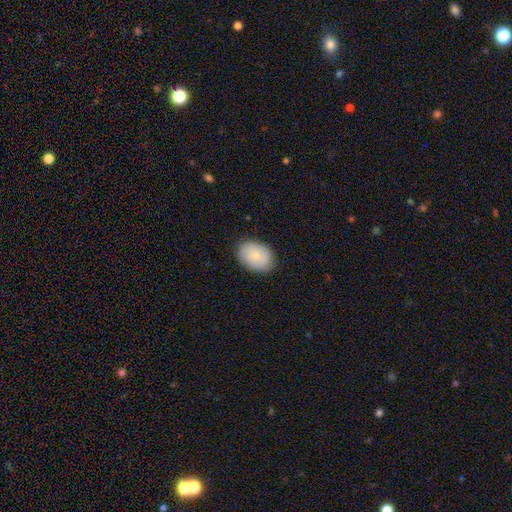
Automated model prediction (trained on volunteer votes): Smooth or featured? Predicted: smooth (p=0.75). How rounded? Predicted: in between (p=0.77). Merging? Predicted: none (p=0.84).